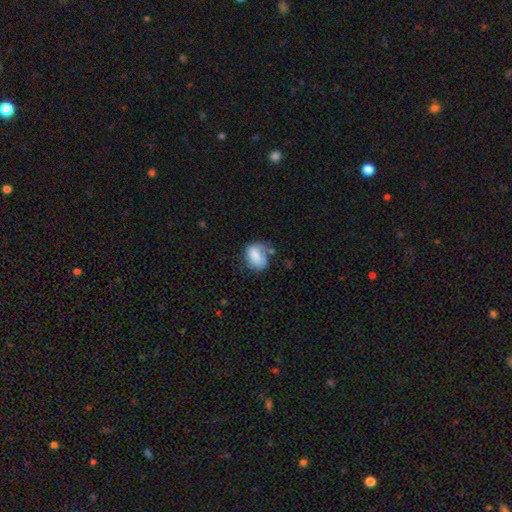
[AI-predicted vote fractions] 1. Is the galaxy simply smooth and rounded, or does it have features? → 78% smooth, 14% featured or disk, 9% star or artifact.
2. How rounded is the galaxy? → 67% in between, 32% round, 1% cigar-shaped.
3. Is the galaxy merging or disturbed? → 43% none, 31% minor disturbance, 15% major disturbance, 10% merger.